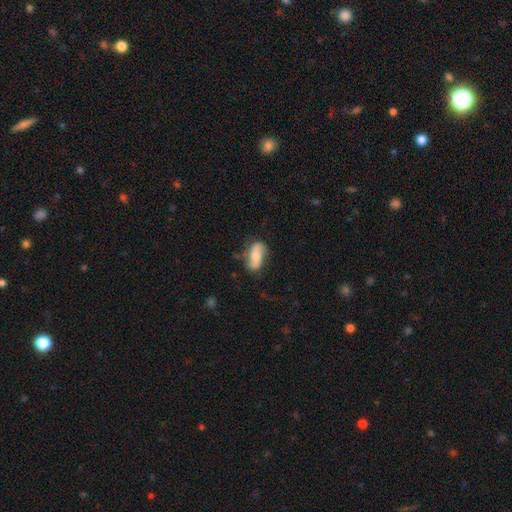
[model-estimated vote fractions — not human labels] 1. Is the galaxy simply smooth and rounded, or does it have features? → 48% featured or disk, 45% smooth, 7% star or artifact.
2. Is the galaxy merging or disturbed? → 69% none, 22% minor disturbance, 7% major disturbance, 3% merger.